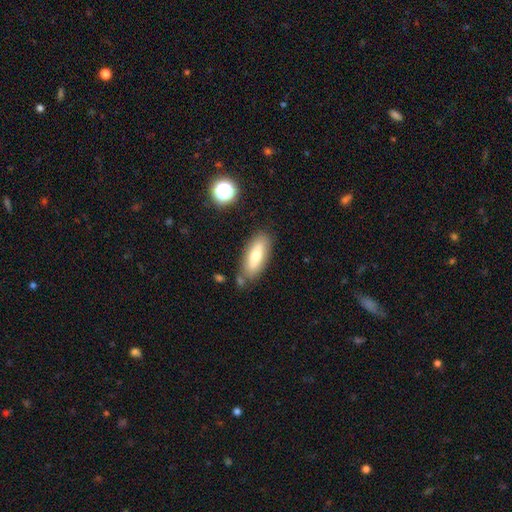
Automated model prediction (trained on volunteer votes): A smooth galaxy with no disk features (68%) that is in between round and cigar-shaped (72%).

Vote fractions:
- Smooth or featured? smooth: 68% / featured or disk: 24% / star or artifact: 8%
- How rounded? in between: 72% / cigar-shaped: 25% / round: 3%
- Merging? none: 77% / minor disturbance: 14% / merger: 5% / major disturbance: 3%